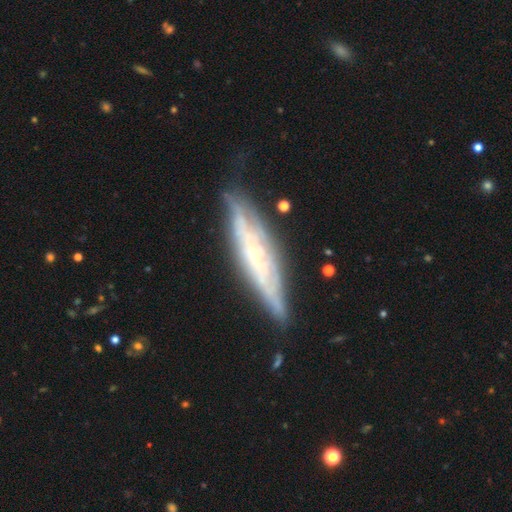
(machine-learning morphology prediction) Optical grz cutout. It shows a featured or disk galaxy (75%) viewed edge-on (73%) with no central bulge (47%). Merging: none (75%).